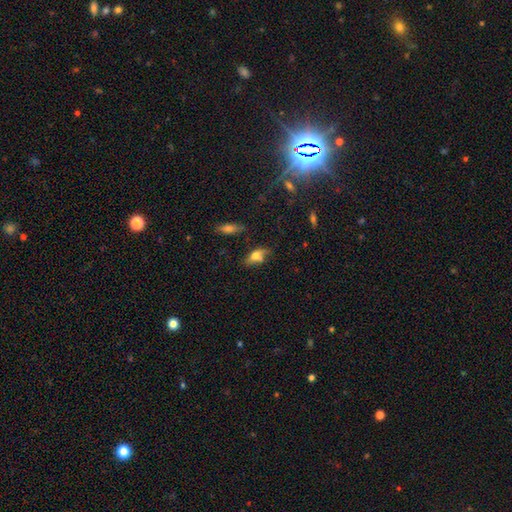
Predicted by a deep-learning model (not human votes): Q: Smooth or featured?
A: smooth (62%); runner-up: featured or disk (26%)
Q: How rounded?
A: in between (77%); runner-up: cigar-shaped (16%)
Q: Merging?
A: none (51%); runner-up: minor disturbance (22%)